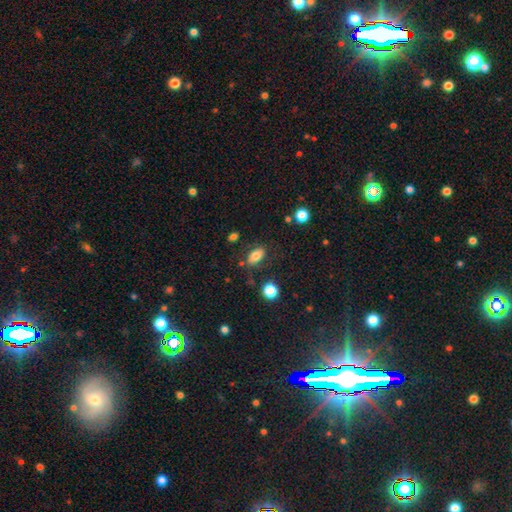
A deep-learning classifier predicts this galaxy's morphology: Overall: smooth (76%). How rounded: in between (87%). Merging: none (74%).